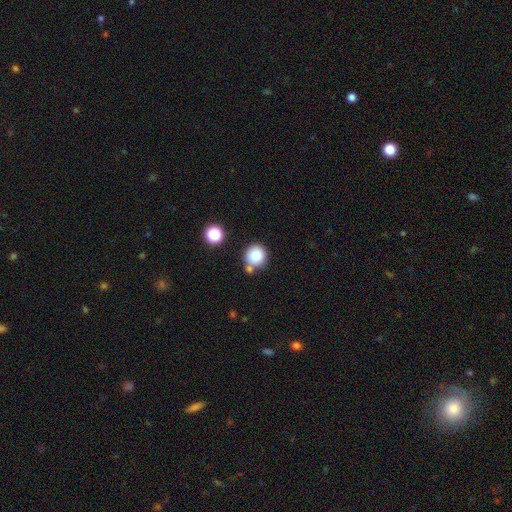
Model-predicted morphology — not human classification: smooth 84%, star or artifact 10%, featured or disk 6%. Down the decision tree: how rounded — round (92%); merging — none (68%).